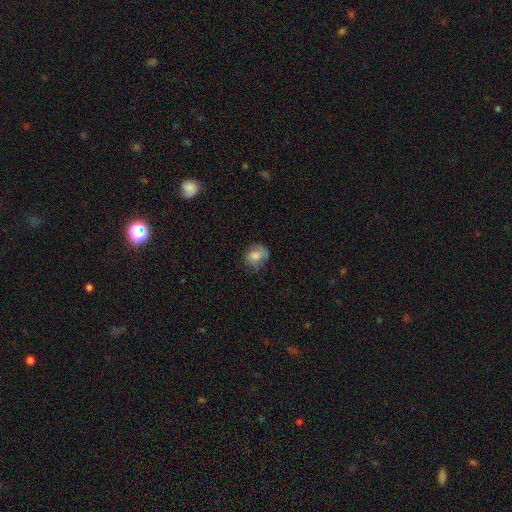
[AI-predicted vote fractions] Smooth or featured? Predicted: smooth (p=0.75). How rounded? Predicted: round (p=0.64). Merging? Predicted: none (p=0.58).